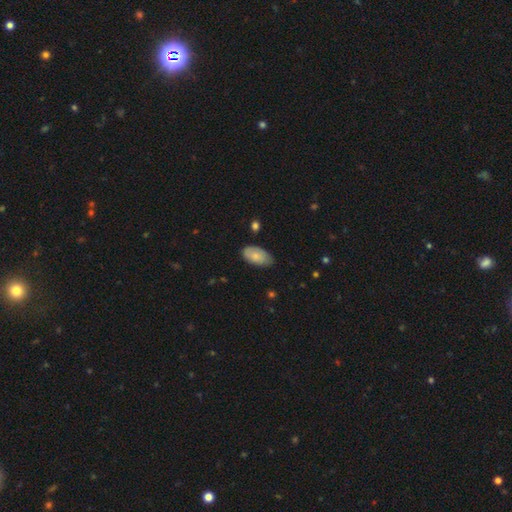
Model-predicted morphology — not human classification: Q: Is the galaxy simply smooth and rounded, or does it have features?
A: smooth — 78%.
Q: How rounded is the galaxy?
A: in between — 95%.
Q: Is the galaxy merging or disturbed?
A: none — 69%.